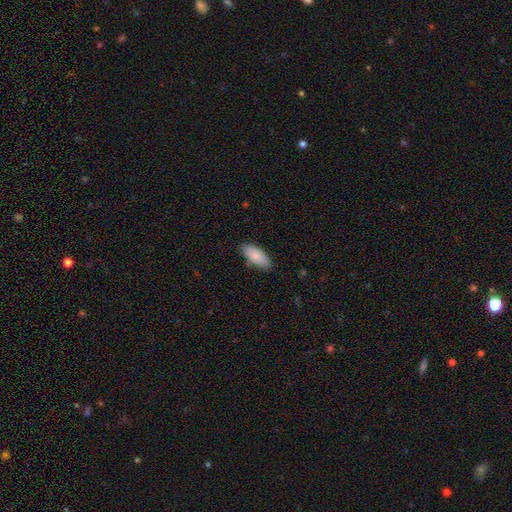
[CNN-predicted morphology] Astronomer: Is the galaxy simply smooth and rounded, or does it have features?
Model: smooth — 86%.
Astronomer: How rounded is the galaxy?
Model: in between — 87%.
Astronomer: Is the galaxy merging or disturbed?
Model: none — 84%.